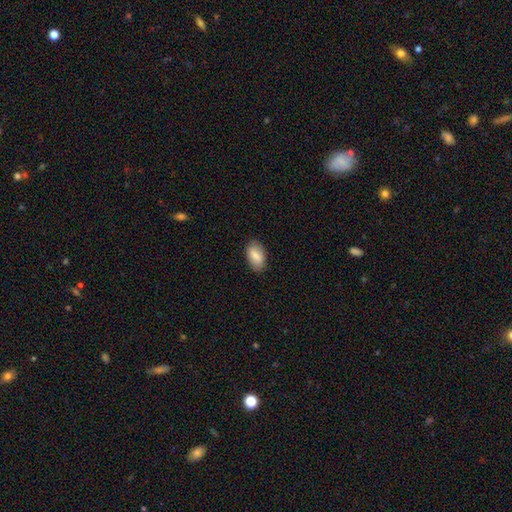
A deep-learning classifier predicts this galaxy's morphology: This appears to be a smooth galaxy with no disk features (85%) that is in between round and cigar-shaped (93%). Merging: none (84%).